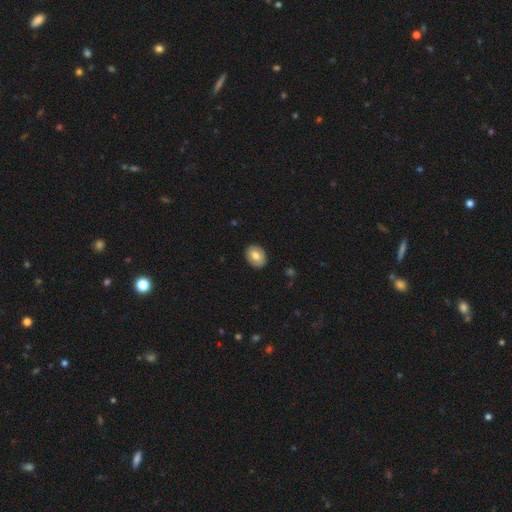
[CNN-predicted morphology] This appears to be a smooth galaxy with no disk features (73%) that is in between round and cigar-shaped (64%). Merging: none (88%).